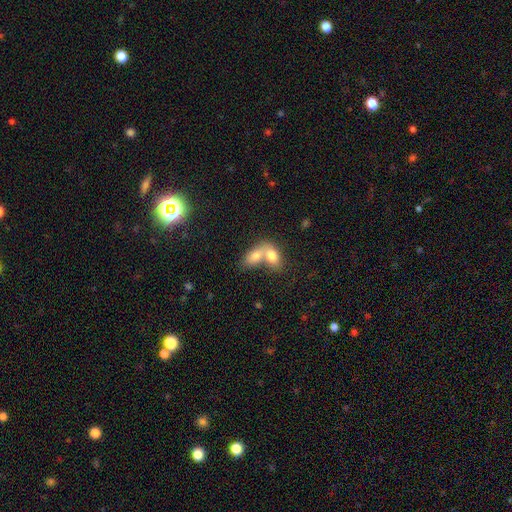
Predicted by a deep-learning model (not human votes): This is likely a smooth galaxy (75%). How rounded: clearly in between (85%). Merging: likely merger (73%).